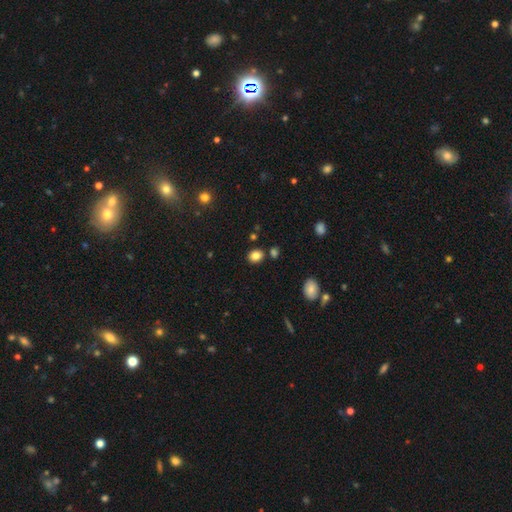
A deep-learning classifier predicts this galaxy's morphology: type=smooth (83%); roundness=round (55%); merging=none (81%).